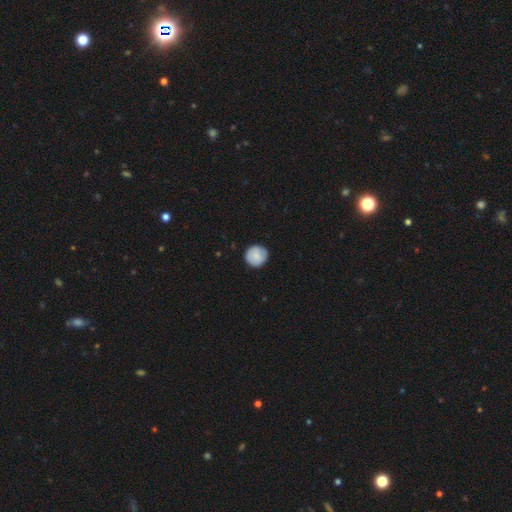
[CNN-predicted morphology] smooth_or_featured: smooth (p=0.81) [alt: featured or disk p=0.13]
how_rounded: round (p=0.94) [alt: in between p=0.05]
merging: none (p=0.88) [alt: minor disturbance p=0.09]